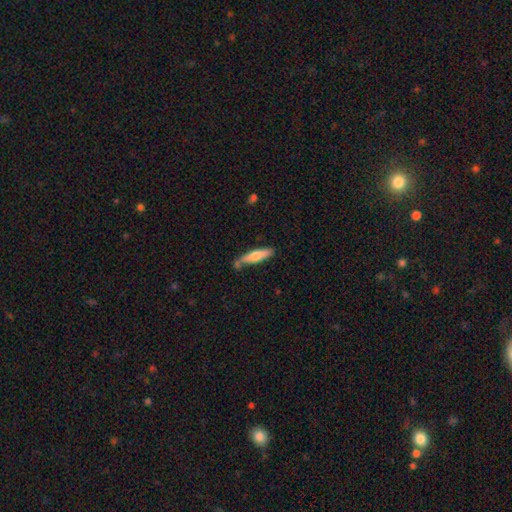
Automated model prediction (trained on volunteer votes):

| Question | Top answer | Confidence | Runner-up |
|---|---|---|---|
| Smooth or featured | smooth | 66% | featured or disk (28%) |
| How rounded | cigar-shaped | 80% | in between (19%) |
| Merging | none | 67% | minor disturbance (18%) |